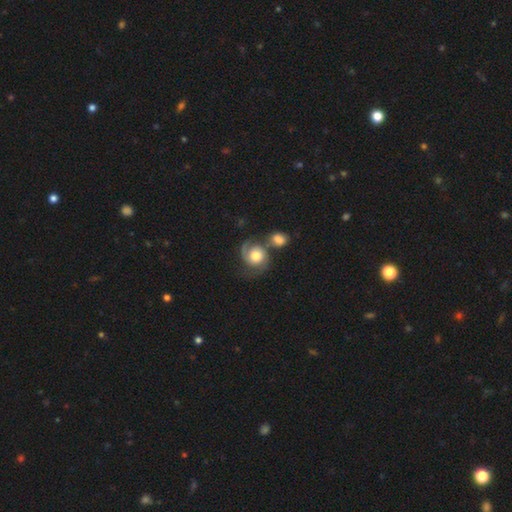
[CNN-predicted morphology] Q: Smooth or featured?
A: featured or disk (66%); runner-up: smooth (27%)
Q: Edge-on disk?
A: no (98%); runner-up: yes (2%)
Q: Bar?
A: no (77%); runner-up: weak (20%)
Q: Spiral arms?
A: yes (92%); runner-up: no (8%)
Q: Spiral winding?
A: medium (44%); runner-up: tight (34%)
Q: Spiral arm count?
A: 2 (71%); runner-up: 1 (20%)
Q: Bulge size?
A: moderate (51%); runner-up: large (35%)
Q: Merging?
A: none (40%); runner-up: merger (33%)